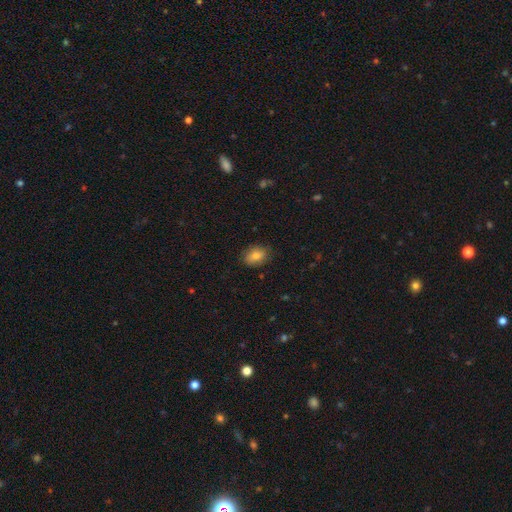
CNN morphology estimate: This is likely a smooth galaxy (78%). How rounded: likely in between (78%). Merging: clearly none (82%).